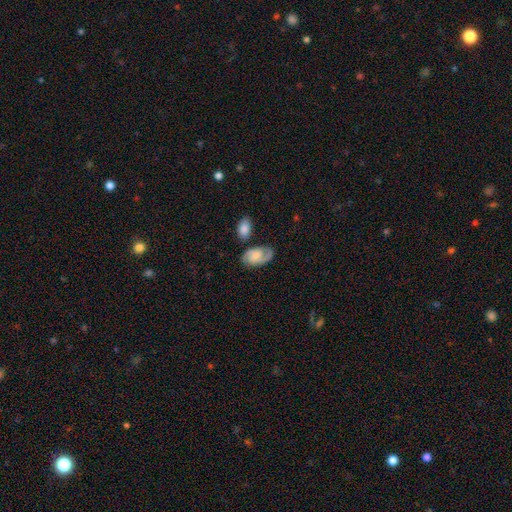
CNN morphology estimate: smooth_or_featured: featured or disk (p=0.62) [alt: smooth p=0.31]
disk_edge_on: no (p=0.96) [alt: yes p=0.04]
bar: no (p=0.48) [alt: weak p=0.42]
has_spiral_arms: yes (p=0.90) [alt: no p=0.10]
spiral_winding: medium (p=0.49) [alt: tight p=0.33]
spiral_arm_count: 2 (p=0.81) [alt: can't tell p=0.08]
bulge_size: none (p=0.33) [alt: small p=0.30]
merging: none (p=0.64) [alt: minor disturbance p=0.19]